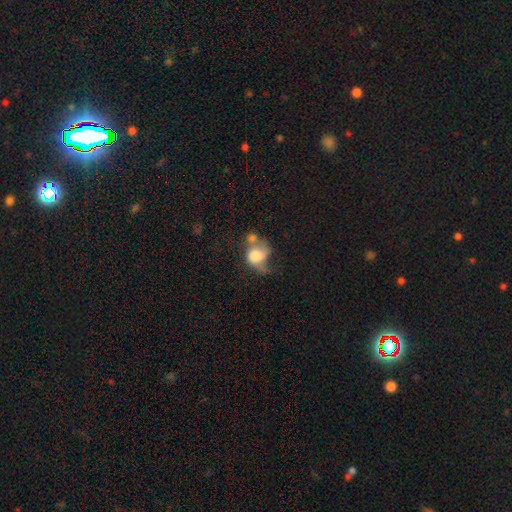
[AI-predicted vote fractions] Smooth or featured?
  - smooth: 54% *
  - featured or disk: 36%
  - star or artifact: 9%
How rounded?
  - round: 59% *
  - in between: 39%
  - cigar-shaped: 1%
Merging?
  - merger: 33% *
  - major disturbance: 27%
  - none: 21%
  - minor disturbance: 18%